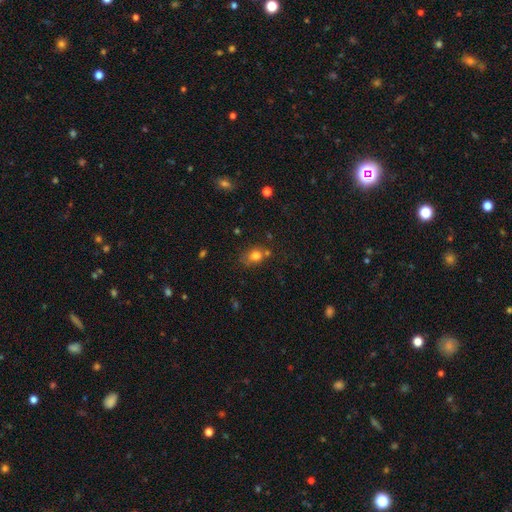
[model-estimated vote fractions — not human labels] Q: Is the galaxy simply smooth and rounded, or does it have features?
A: smooth — 78%.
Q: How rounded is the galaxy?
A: in between — 51%.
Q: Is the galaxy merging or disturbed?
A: none — 52%.